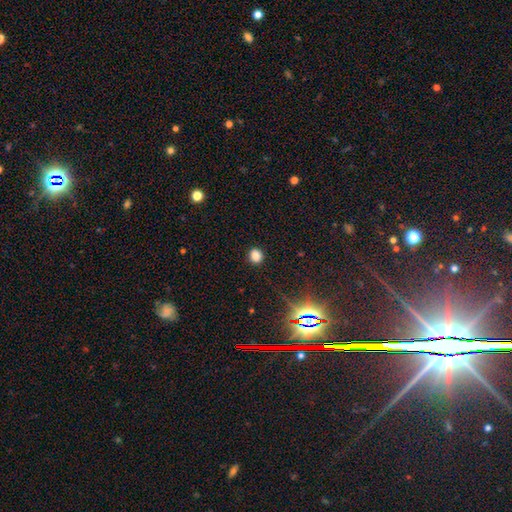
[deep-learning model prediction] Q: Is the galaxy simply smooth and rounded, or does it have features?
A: smooth — 81%.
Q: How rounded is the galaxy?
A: round — 80%.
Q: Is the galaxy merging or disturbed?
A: none — 89%.